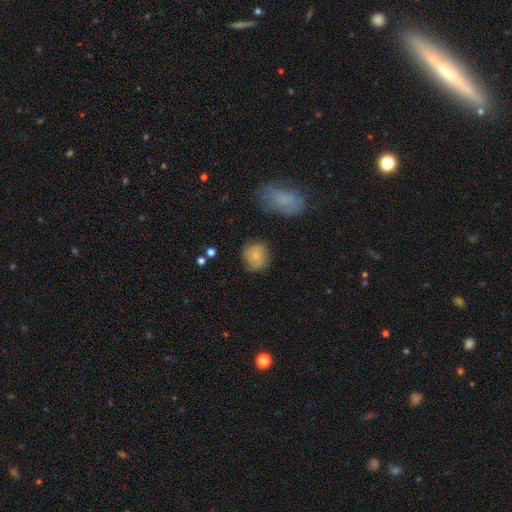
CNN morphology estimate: smooth-or-featured: smooth: 73% | featured or disk: 18% | star or artifact: 9%
  how-rounded: round: 79% | in between: 20% | cigar-shaped: 1%
  merging: none: 68% | minor disturbance: 22% | major disturbance: 6% | merger: 3%